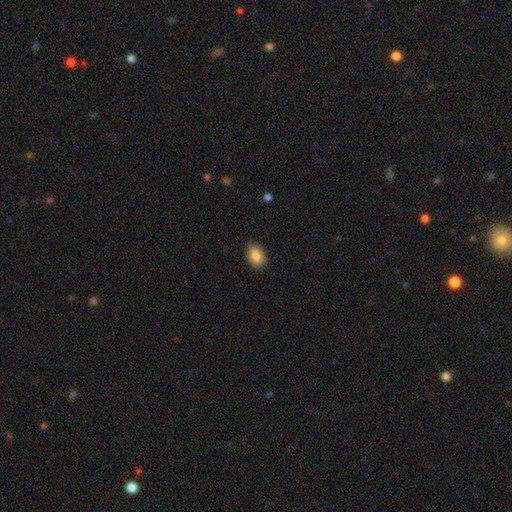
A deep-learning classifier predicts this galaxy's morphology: Smooth or featured: smooth — 86% (star or artifact — 7%)
How rounded: in between — 89% (round — 10%)
Merging: none — 85% (minor disturbance — 12%)